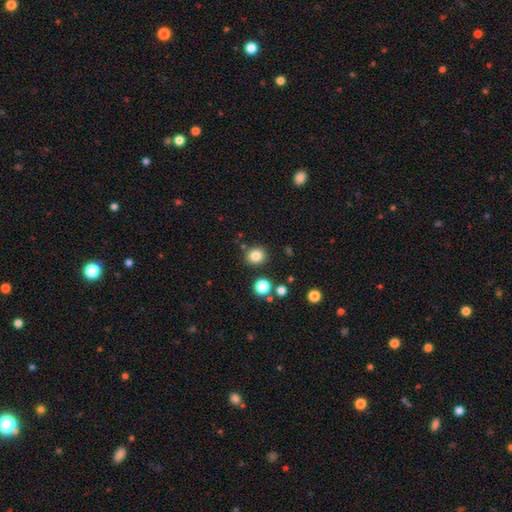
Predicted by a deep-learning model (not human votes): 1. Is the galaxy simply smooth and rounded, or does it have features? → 83% smooth, 12% star or artifact, 5% featured or disk.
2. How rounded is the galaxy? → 82% round, 17% in between, 1% cigar-shaped.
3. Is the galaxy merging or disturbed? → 86% none, 8% minor disturbance, 4% merger, 2% major disturbance.